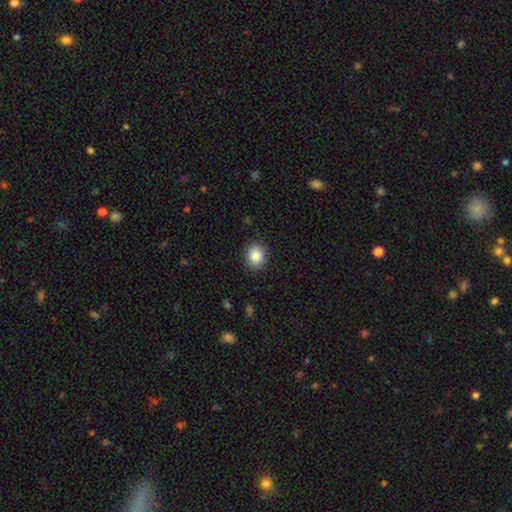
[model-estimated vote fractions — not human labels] Morphology: type=smooth (86%); roundness=round (56%); merging=none (88%).